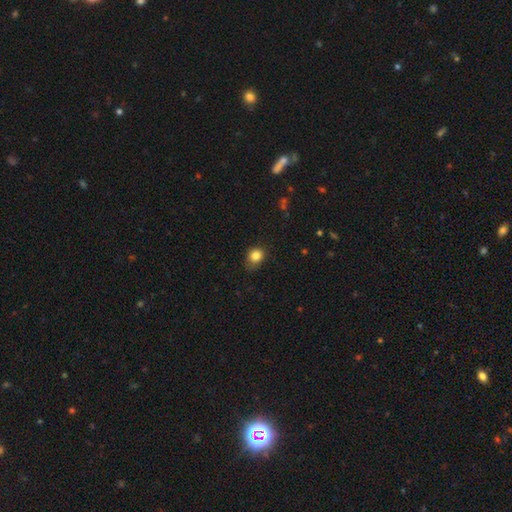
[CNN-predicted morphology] A smooth galaxy with no disk features (83%) that is round (64%). Merging: none (68%).